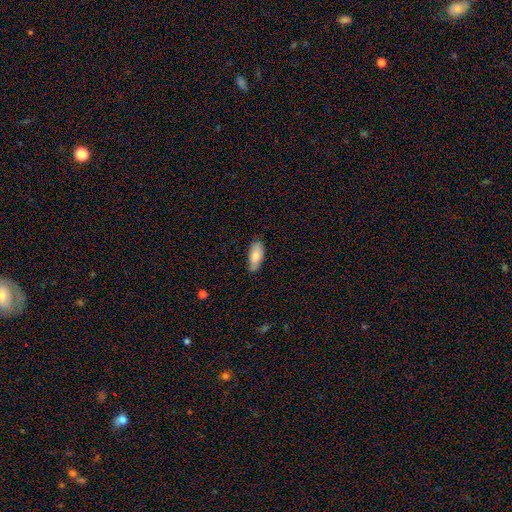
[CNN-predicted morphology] Smooth or featured: smooth — 76% (featured or disk — 18%)
How rounded: in between — 87% (cigar-shaped — 11%)
Merging: none — 69% (minor disturbance — 25%)